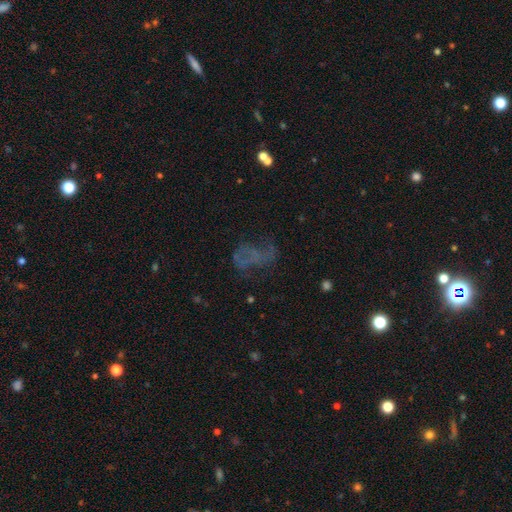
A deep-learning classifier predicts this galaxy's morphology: Overall: featured or disk (43%; smooth 30%). Merging: none (43%; major disturbance 35%).